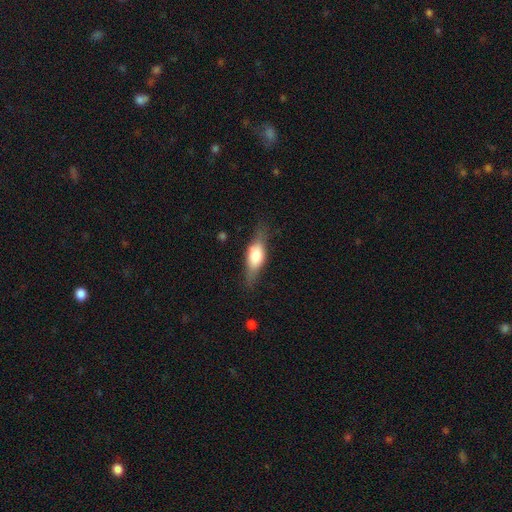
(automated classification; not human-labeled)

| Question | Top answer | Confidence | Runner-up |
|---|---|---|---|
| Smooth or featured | smooth | 56% | featured or disk (38%) |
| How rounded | in between | 64% | cigar-shaped (32%) |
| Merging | none | 72% | minor disturbance (20%) |